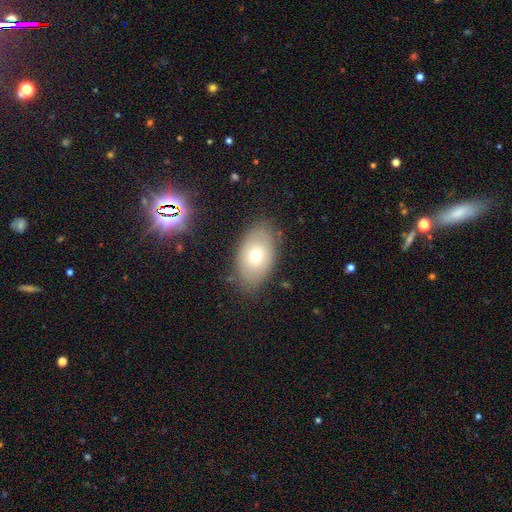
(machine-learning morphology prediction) Smooth or featured? Predicted: smooth (p=0.69). How rounded? Predicted: in between (p=0.89). Merging? Predicted: none (p=0.79).